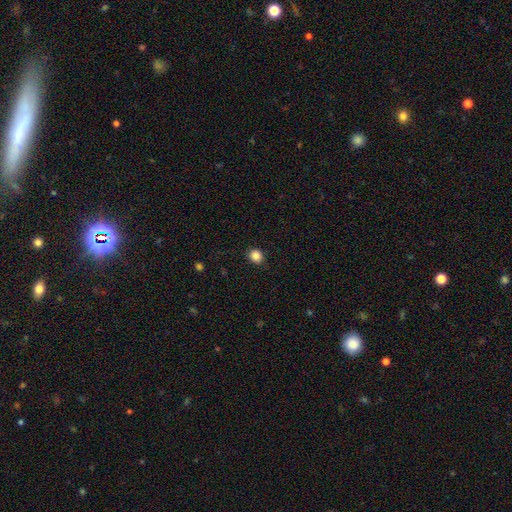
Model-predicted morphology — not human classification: This is clearly a smooth galaxy (86%). How rounded: likely round (74%). Merging: clearly none (89%).